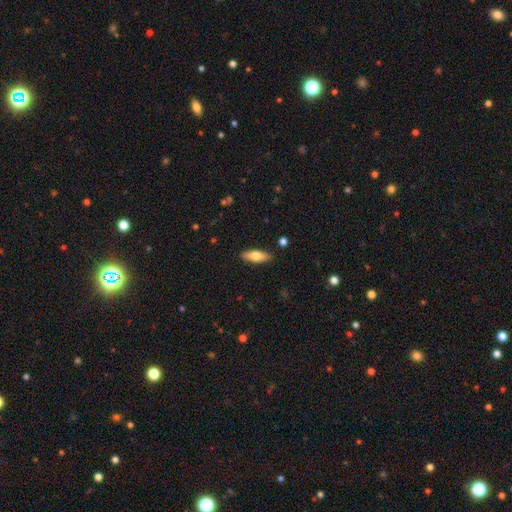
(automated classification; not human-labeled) Overall: smooth (67%; featured or disk 27%). How rounded: in between (55%; cigar-shaped 43%). Merging: none (88%).